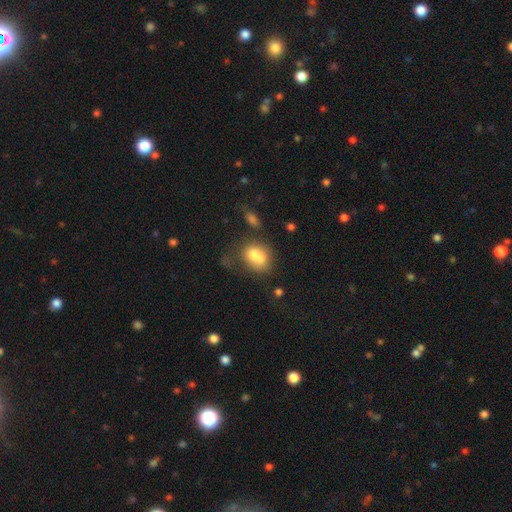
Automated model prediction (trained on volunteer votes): smooth_or_featured: smooth (p=0.68) [alt: featured or disk p=0.22]
how_rounded: round (p=0.52) [alt: in between p=0.47]
merging: merger (p=0.58) [alt: none p=0.24]